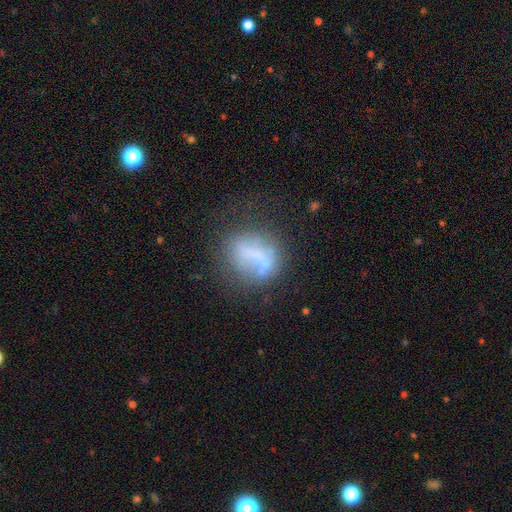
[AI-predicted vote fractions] Q: Smooth or featured?
A: smooth (44%); runner-up: featured or disk (42%)
Q: Merging?
A: none (44%); runner-up: major disturbance (22%)